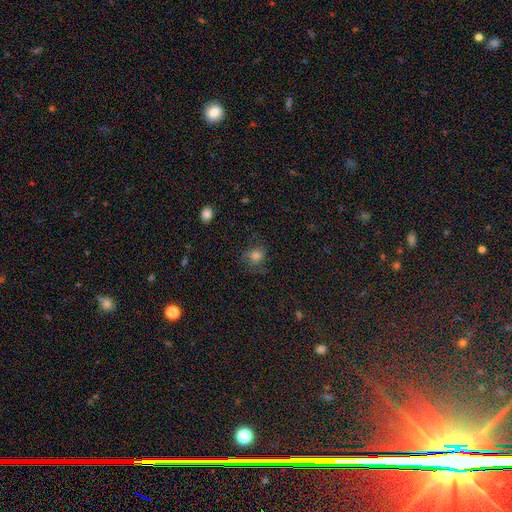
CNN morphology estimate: Smooth or featured?
  - smooth: 66% *
  - star or artifact: 18%
  - featured or disk: 16%
How rounded?
  - round: 75% *
  - in between: 24%
  - cigar-shaped: 1%
Merging?
  - none: 67% *
  - minor disturbance: 20%
  - major disturbance: 12%
  - merger: 2%